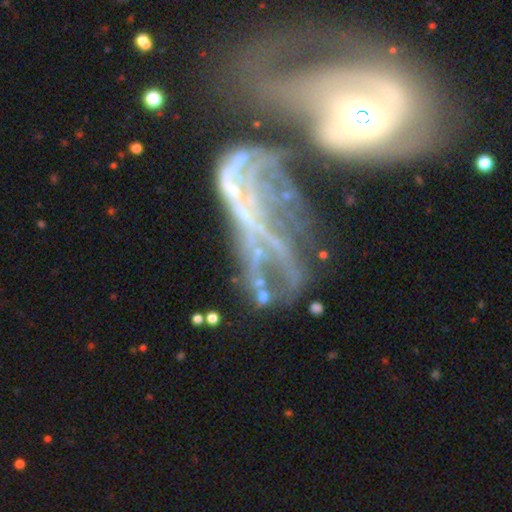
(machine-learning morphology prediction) A featured or disk galaxy (66%) with no bar (74%), no spiral arms (62%) and no central bulge (61%).

Vote fractions:
- Smooth or featured? featured or disk: 66% / star or artifact: 19% / smooth: 15%
- Edge-on disk? no: 92% / yes: 8%
- Bar? no: 74% / weak: 15% / strong: 11%
- Spiral arms? no: 62% / yes: 38%
- Bulge size? none: 61% / small: 22% / moderate: 12% / large: 3% / dominant: 2%
- Merging? merger: 49% / major disturbance: 32% / none: 12% / minor disturbance: 7%